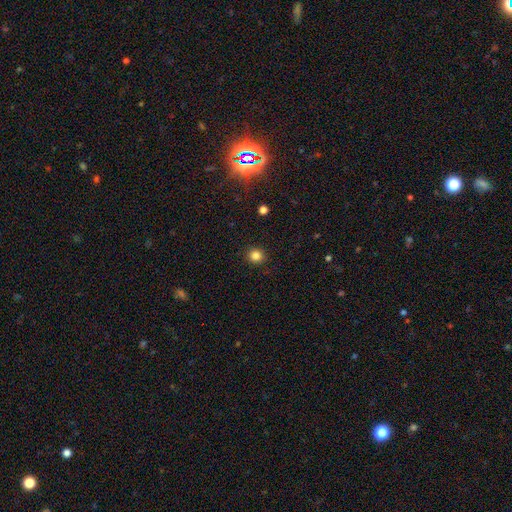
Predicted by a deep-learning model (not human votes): The model was most divided on "smooth or featured": smooth: 84%, star or artifact: 12%, featured or disk: 4%. More confident: merging — none (91%); how rounded — round (89%).